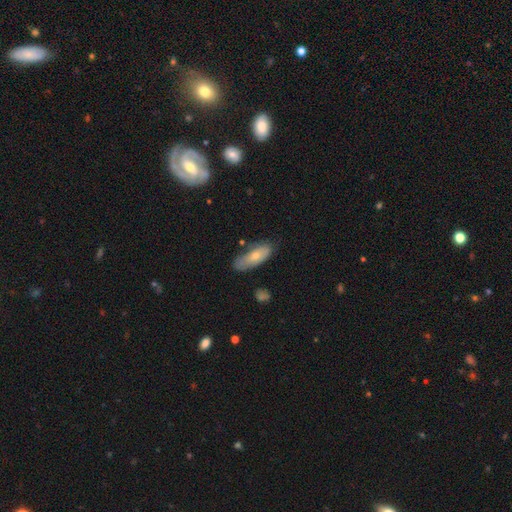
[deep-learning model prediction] smooth-or-featured: smooth: 69% | featured or disk: 25% | star or artifact: 6%
  how-rounded: in between: 77% | cigar-shaped: 20% | round: 2%
  merging: none: 62% | minor disturbance: 27% | major disturbance: 7% | merger: 4%